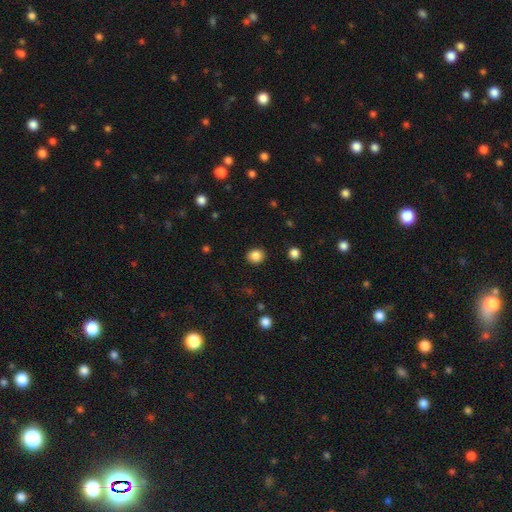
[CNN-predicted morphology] A smooth galaxy with no disk features (86%) that is round (71%). Merging: none (89%).